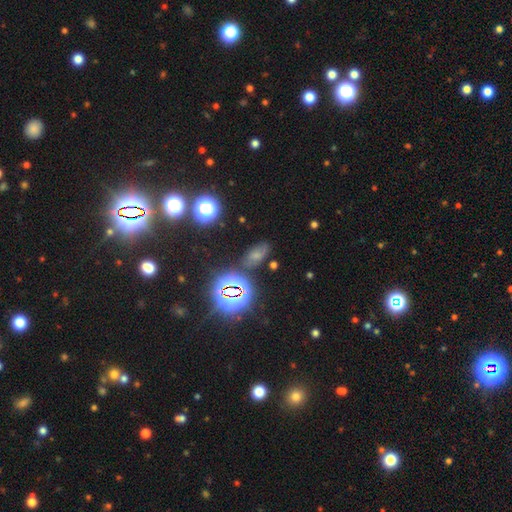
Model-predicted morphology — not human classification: Smooth or featured? Predicted: smooth (p=0.44). Merging? Predicted: none (p=0.69).